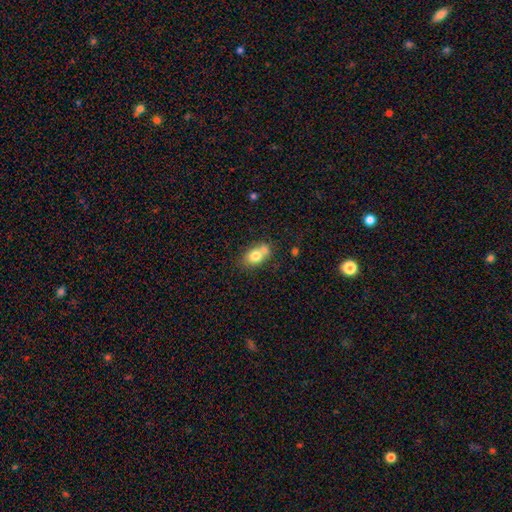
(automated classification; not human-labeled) The model was most divided on "merging": none: 45%, merger: 33%, minor disturbance: 17%, major disturbance: 5%. More confident: smooth or featured — smooth (76%); how rounded — in between (74%).